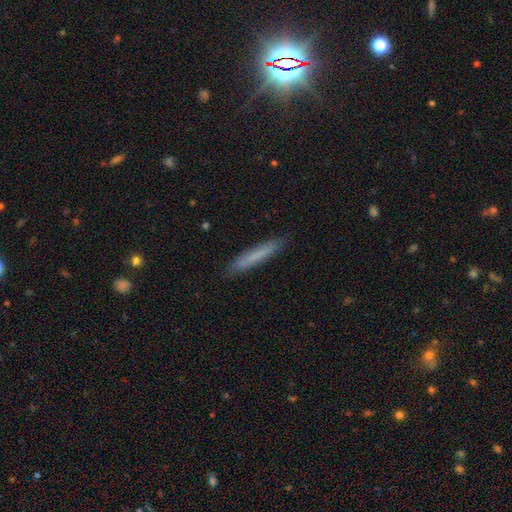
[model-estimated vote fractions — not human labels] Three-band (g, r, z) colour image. It shows a smooth galaxy with no disk features (72%) that is cigar-shaped (94%). Merging: none (88%).